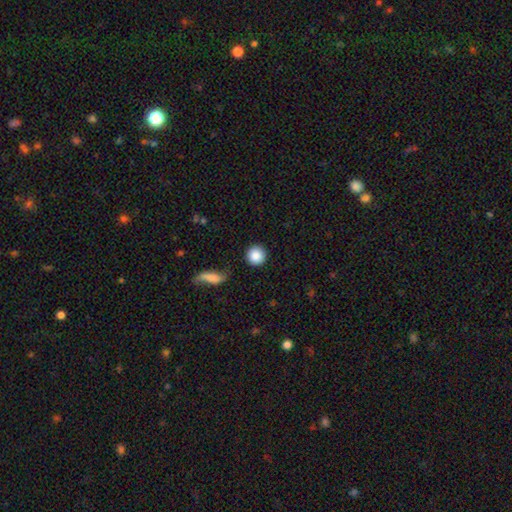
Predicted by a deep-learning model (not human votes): The model was most divided on "smooth or featured": smooth: 88%, star or artifact: 8%, featured or disk: 4%. More confident: how rounded — round (93%); merging — none (88%).